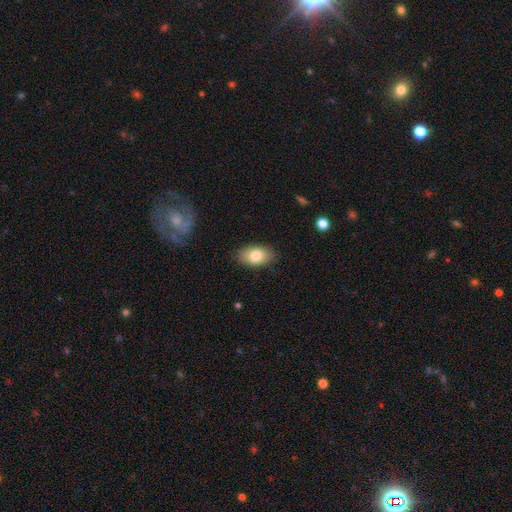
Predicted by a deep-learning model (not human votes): A smooth galaxy with no disk features (80%) that is in between round and cigar-shaped (91%).

Vote fractions:
- Smooth or featured? smooth: 80% / featured or disk: 13% / star or artifact: 7%
- How rounded? in between: 91% / round: 6% / cigar-shaped: 2%
- Merging? none: 86% / minor disturbance: 11% / major disturbance: 2% / merger: 1%